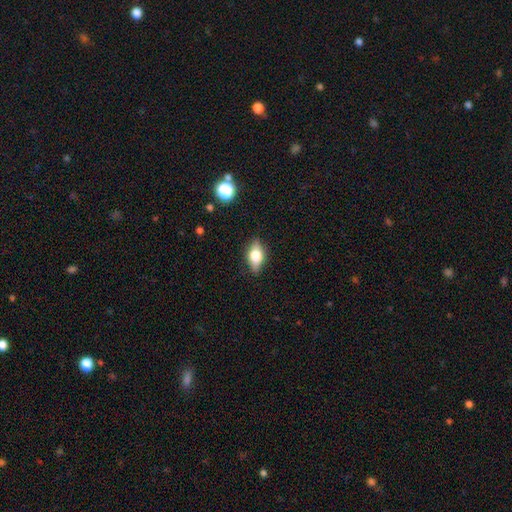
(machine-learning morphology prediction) A smooth galaxy with no disk features (49%). Merging: none (84%).